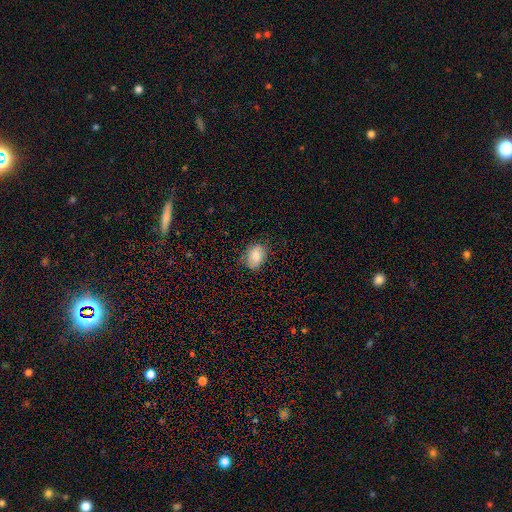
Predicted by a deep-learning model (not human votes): smooth-or-featured: smooth: 76% | featured or disk: 15% | star or artifact: 9%
  how-rounded: in between: 69% | round: 30% | cigar-shaped: 1%
  merging: none: 78% | minor disturbance: 17% | major disturbance: 4% | merger: 1%